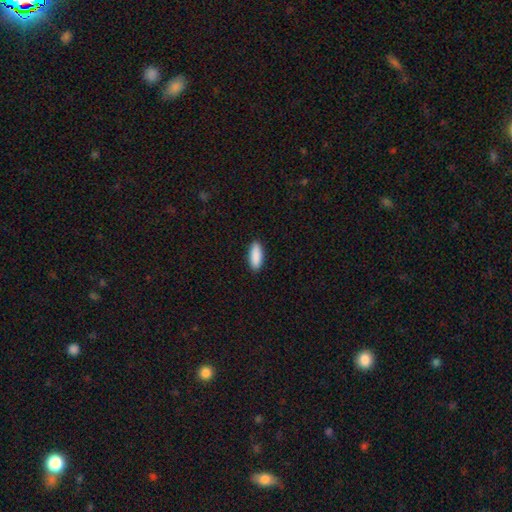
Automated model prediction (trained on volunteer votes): smooth-or-featured: smooth: 91% | star or artifact: 6% | featured or disk: 3%
  how-rounded: in between: 77% | cigar-shaped: 21% | round: 2%
  merging: none: 90% | minor disturbance: 7% | major disturbance: 2% | merger: 1%